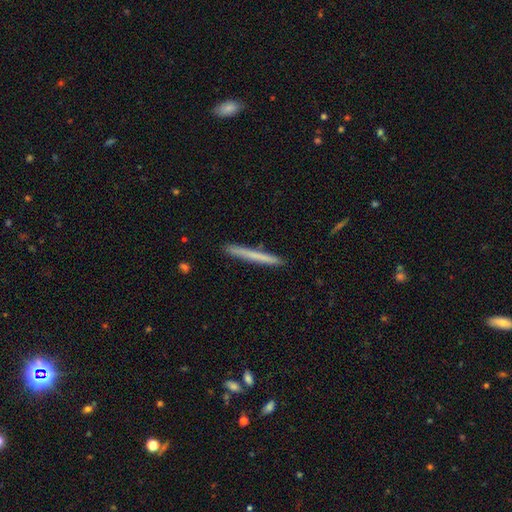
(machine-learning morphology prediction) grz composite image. It shows a smooth galaxy with no disk features (65%) that is cigar-shaped (97%). Merging: none (91%).